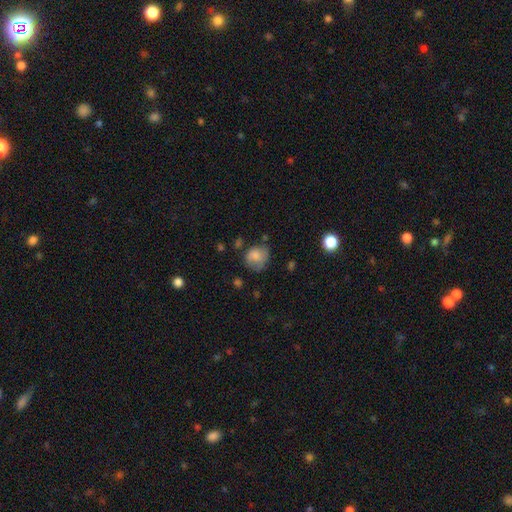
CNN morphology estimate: Smooth or featured?
  - smooth: 76% *
  - featured or disk: 14%
  - star or artifact: 10%
How rounded?
  - round: 69% *
  - in between: 30%
  - cigar-shaped: 1%
Merging?
  - none: 50% *
  - minor disturbance: 30%
  - major disturbance: 15%
  - merger: 5%